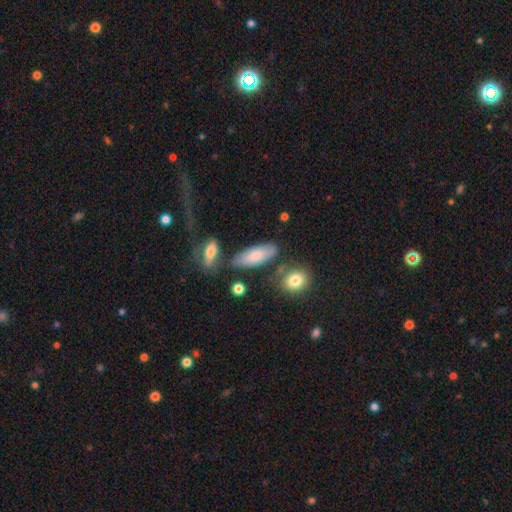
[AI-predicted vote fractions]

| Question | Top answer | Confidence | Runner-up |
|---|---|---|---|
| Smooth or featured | smooth | 74% | featured or disk (19%) |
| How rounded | in between | 74% | cigar-shaped (23%) |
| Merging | none | 70% | minor disturbance (18%) |